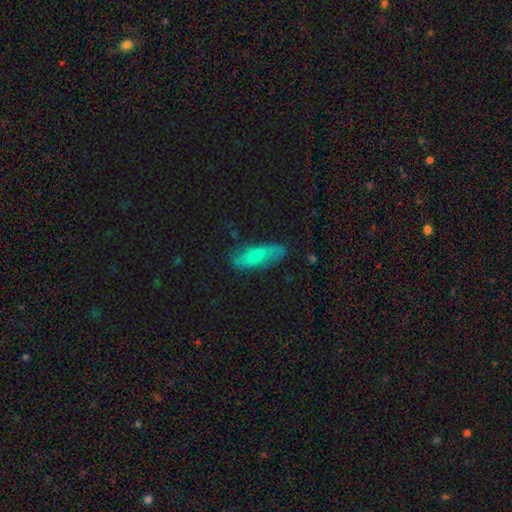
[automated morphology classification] Q: Smooth or featured?
A: smooth (59%); runner-up: featured or disk (34%)
Q: How rounded?
A: in between (65%); runner-up: cigar-shaped (32%)
Q: Merging?
A: none (74%); runner-up: minor disturbance (19%)